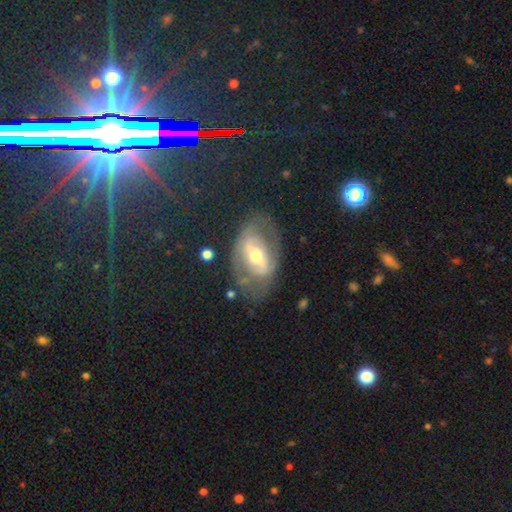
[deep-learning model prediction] Smooth or featured?
  - featured or disk: 71% *
  - smooth: 22%
  - star or artifact: 7%
Edge-on disk?
  - no: 93% *
  - yes: 7%
Bar?
  - strong: 37% *
  - weak: 36%
  - no: 27%
Spiral arms?
  - yes: 52% *
  - no: 48%
Bulge size?
  - moderate: 69% *
  - small: 20%
  - large: 9%
  - dominant: 1%
  - none: 1%
Merging?
  - none: 60% *
  - minor disturbance: 21%
  - major disturbance: 17%
  - merger: 2%